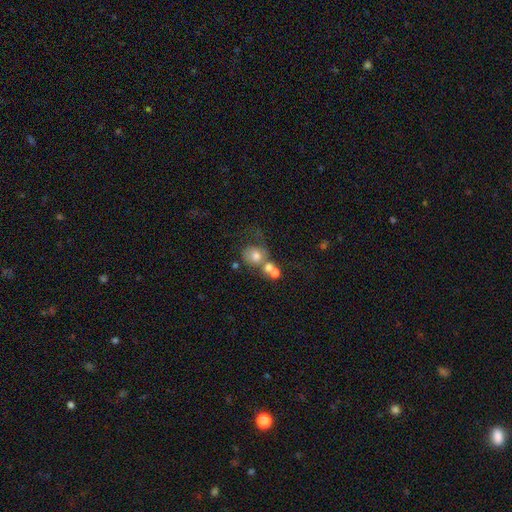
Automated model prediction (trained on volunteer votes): Smooth or featured? Predicted: smooth (p=0.65). How rounded? Predicted: round (p=0.74). Merging? Predicted: merger (p=0.47).